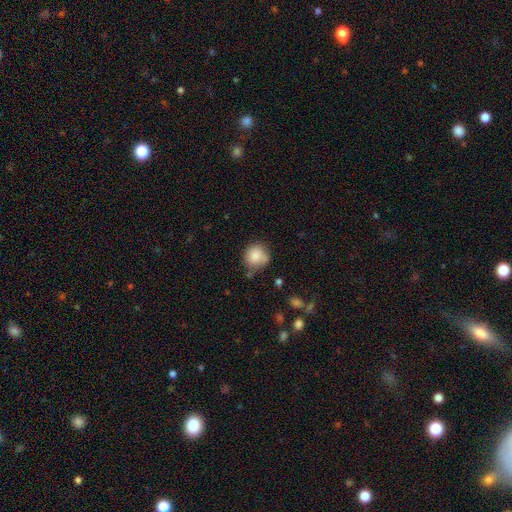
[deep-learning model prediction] Morphology: type=smooth (84%); roundness=round (87%); merging=none (66%).